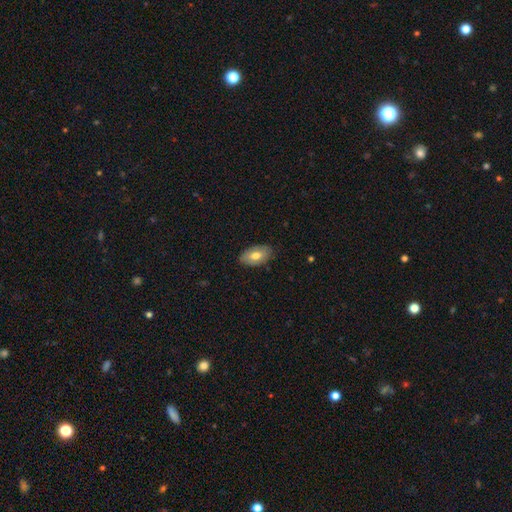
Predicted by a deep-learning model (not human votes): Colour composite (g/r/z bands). It shows a smooth galaxy with no disk features (69%) that is in between round and cigar-shaped (93%). Merging: none (83%).